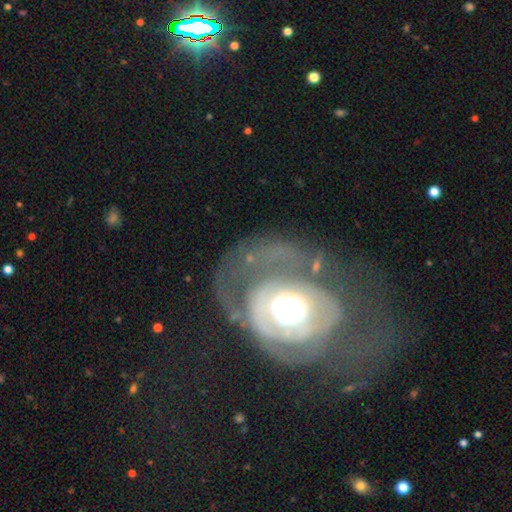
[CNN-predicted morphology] Smooth or featured? featured or disk (73%)
Edge-on disk? no (96%)
Bar? no (83%)
Spiral arms? yes (56%)
Bulge size? moderate (49%)
Merging? none (41%)